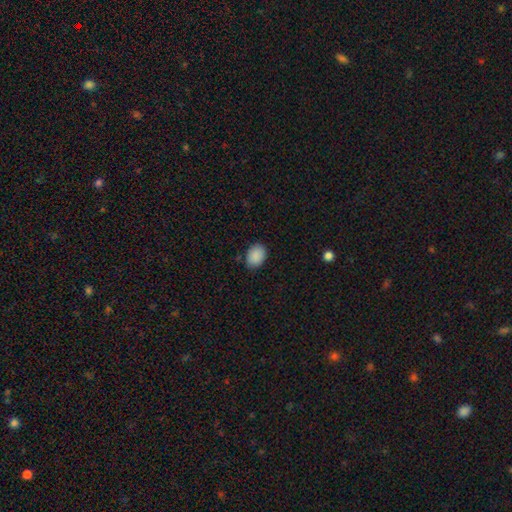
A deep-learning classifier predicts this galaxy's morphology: smooth 90%, star or artifact 7%, featured or disk 3%. Down the decision tree: how rounded — in between (74%); merging — none (83%).